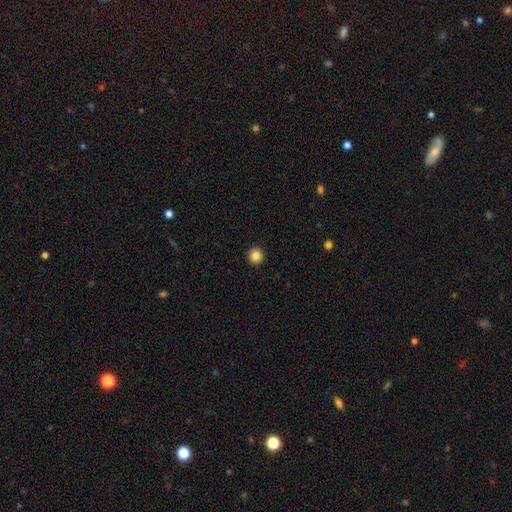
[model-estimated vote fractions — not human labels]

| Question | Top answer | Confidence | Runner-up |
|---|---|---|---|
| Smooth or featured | smooth | 85% | star or artifact (10%) |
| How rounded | round | 93% | in between (6%) |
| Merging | none | 93% | minor disturbance (4%) |